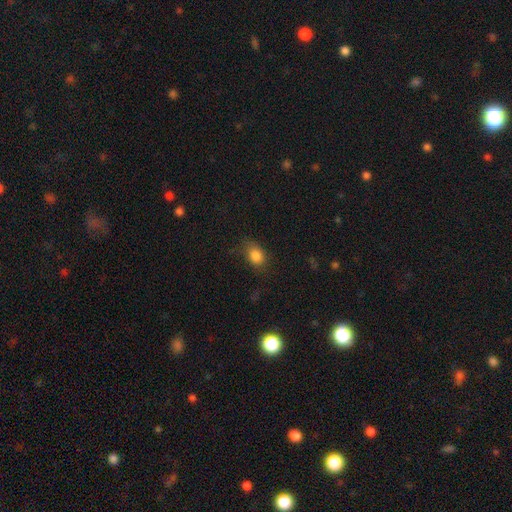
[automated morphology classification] Smooth or featured? Predicted: smooth (p=0.84). How rounded? Predicted: in between (p=0.67). Merging? Predicted: none (p=0.64).